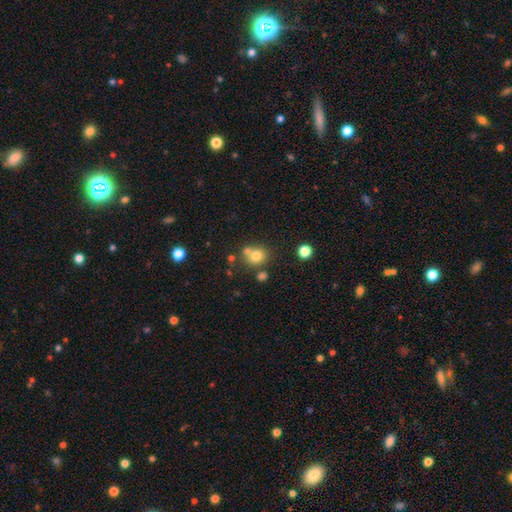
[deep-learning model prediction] smooth_or_featured: smooth (p=0.75) [alt: star or artifact p=0.14]
how_rounded: round (p=0.73) [alt: in between p=0.26]
merging: none (p=0.58) [alt: merger p=0.26]